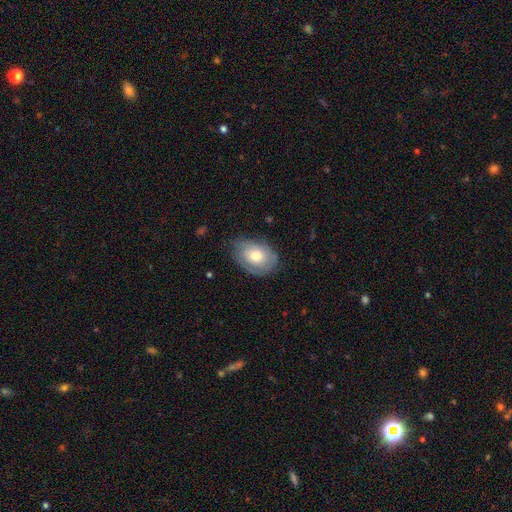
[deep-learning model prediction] Overall: smooth (53%; featured or disk 40%). How rounded: in between (77%). Merging: none (66%).